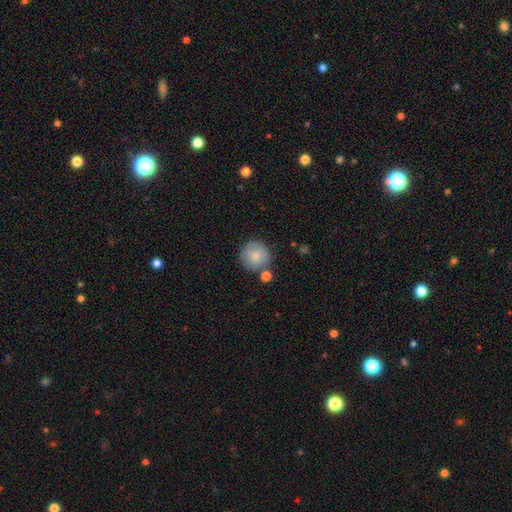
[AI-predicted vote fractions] The model was most divided on "merging": none: 74%, minor disturbance: 12%, merger: 11%, major disturbance: 3%. More confident: how rounded — round (94%); smooth or featured — smooth (82%).